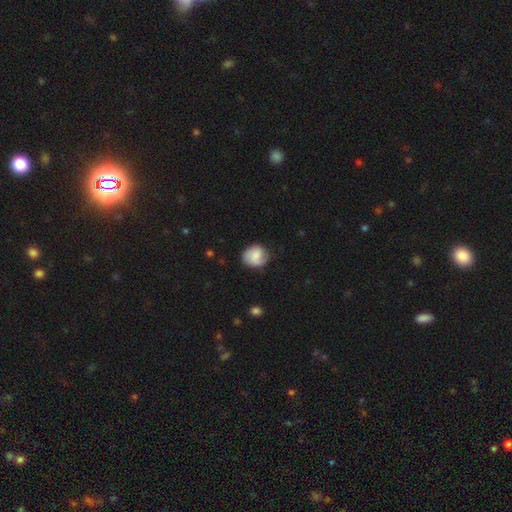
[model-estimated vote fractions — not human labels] This is likely a smooth galaxy (69%). How rounded: likely round (74%). Merging: likely none (72%).